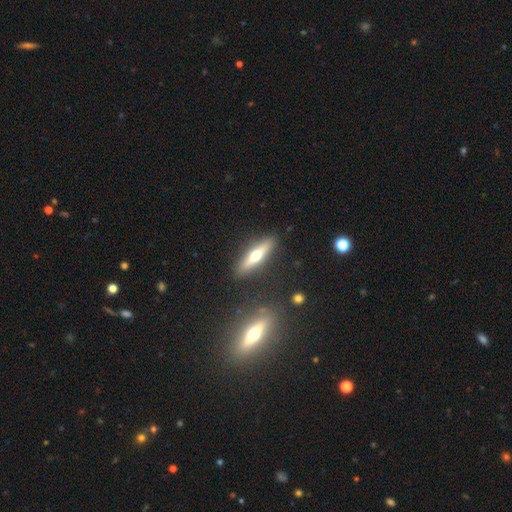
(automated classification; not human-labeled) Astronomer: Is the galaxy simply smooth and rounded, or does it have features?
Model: featured or disk — 53% (runner-up: smooth, 41%).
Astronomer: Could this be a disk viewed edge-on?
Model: yes — 90%.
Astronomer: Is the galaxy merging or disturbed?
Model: none — 87%.